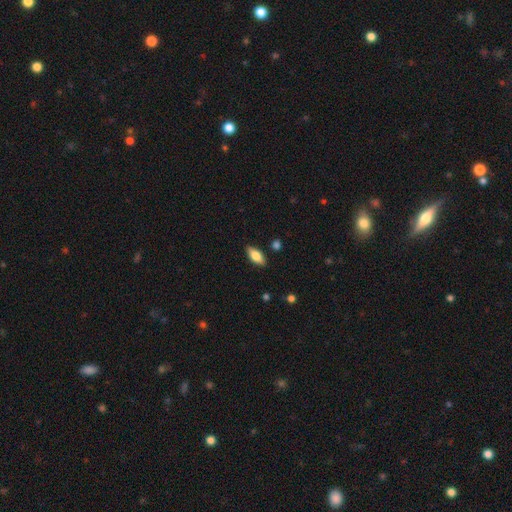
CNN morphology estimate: Q: Smooth or featured?
A: smooth (75%); runner-up: featured or disk (18%)
Q: How rounded?
A: in between (84%); runner-up: cigar-shaped (14%)
Q: Merging?
A: none (87%); runner-up: minor disturbance (10%)